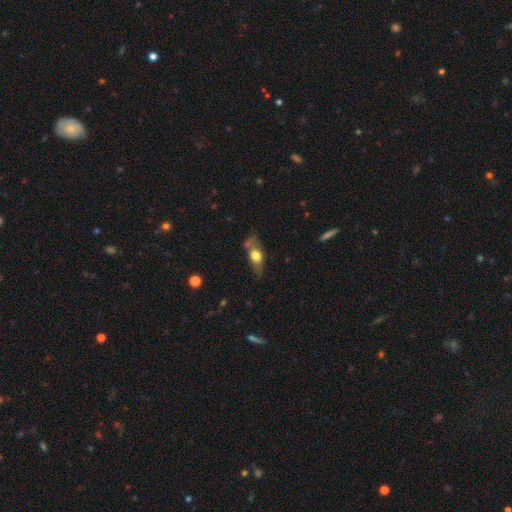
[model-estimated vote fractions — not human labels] Smooth or featured?
  - smooth: 61% *
  - featured or disk: 31%
  - star or artifact: 8%
How rounded?
  - in between: 71% *
  - cigar-shaped: 15%
  - round: 14%
Merging?
  - none: 56% *
  - minor disturbance: 24%
  - merger: 11%
  - major disturbance: 9%